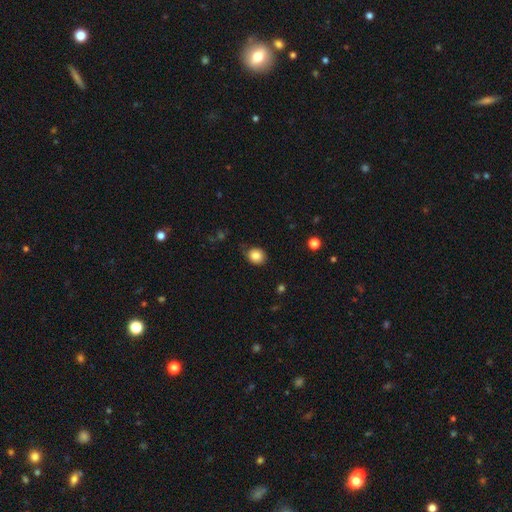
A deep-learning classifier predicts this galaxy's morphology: smooth 83%, star or artifact 10%, featured or disk 7%. Down the decision tree: how rounded — round (74%); merging — none (76%).